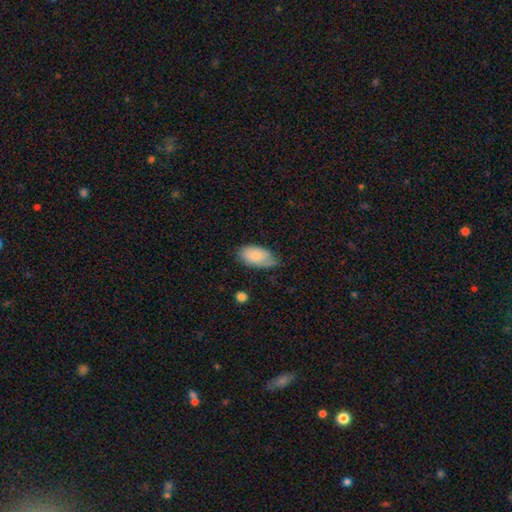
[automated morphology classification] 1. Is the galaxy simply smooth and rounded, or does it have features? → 78% smooth, 16% featured or disk, 6% star or artifact.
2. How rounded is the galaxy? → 94% in between, 3% round, 2% cigar-shaped.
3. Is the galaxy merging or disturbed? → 56% none, 34% minor disturbance, 8% major disturbance, 2% merger.